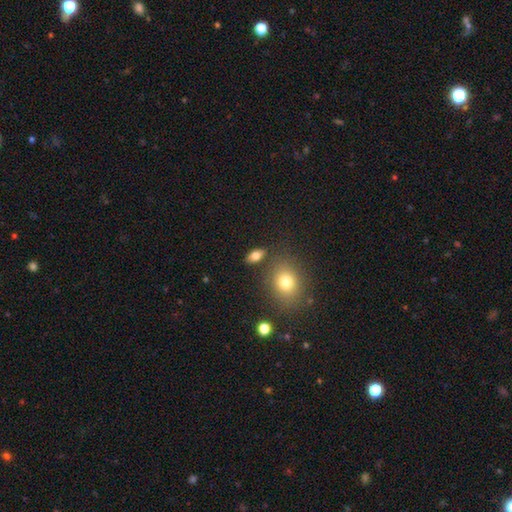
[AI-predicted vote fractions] Smooth or featured?
  - smooth: 79% *
  - featured or disk: 11%
  - star or artifact: 10%
How rounded?
  - in between: 85% *
  - round: 10%
  - cigar-shaped: 5%
Merging?
  - none: 80% *
  - minor disturbance: 10%
  - merger: 6%
  - major disturbance: 3%